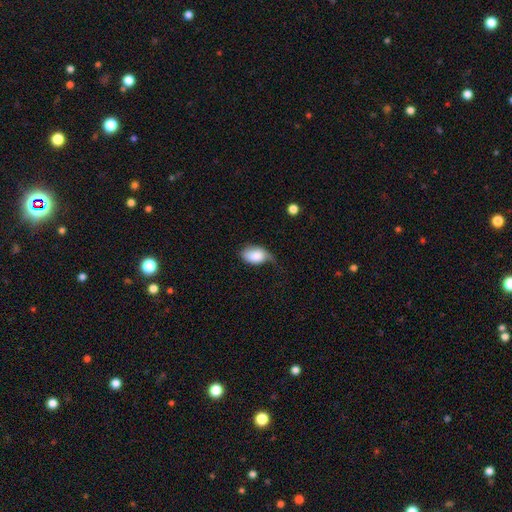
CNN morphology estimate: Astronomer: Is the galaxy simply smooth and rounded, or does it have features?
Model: smooth — 83%.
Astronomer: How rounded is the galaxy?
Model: in between — 90%.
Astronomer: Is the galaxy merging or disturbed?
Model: minor disturbance — 41% (runner-up: major disturbance, 29%).